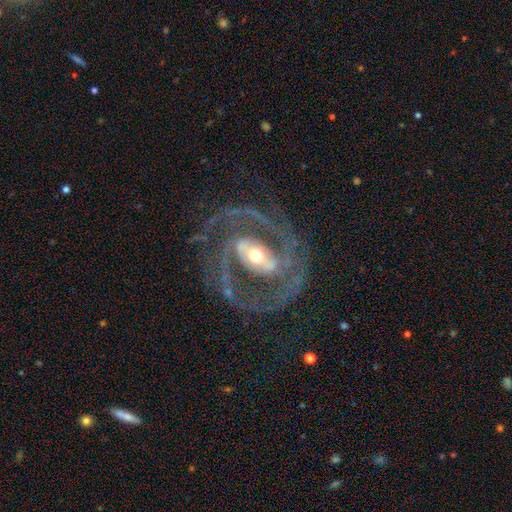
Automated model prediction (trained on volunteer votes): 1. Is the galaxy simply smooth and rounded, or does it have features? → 91% featured or disk, 5% star or artifact, 4% smooth.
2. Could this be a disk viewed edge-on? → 97% no, 3% yes.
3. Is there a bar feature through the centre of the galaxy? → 50% strong, 31% weak, 19% no.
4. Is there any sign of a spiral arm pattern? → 96% yes, 4% no.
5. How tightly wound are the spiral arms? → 50% medium, 39% tight, 11% loose.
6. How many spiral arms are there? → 71% 2, 12% 3, 7% can't tell, 4% 4, 3% 1, 3% more than 4.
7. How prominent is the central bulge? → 57% moderate, 32% small, 9% large, 1% dominant, 1% none.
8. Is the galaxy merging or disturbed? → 71% none, 15% minor disturbance, 13% major disturbance, 2% merger.